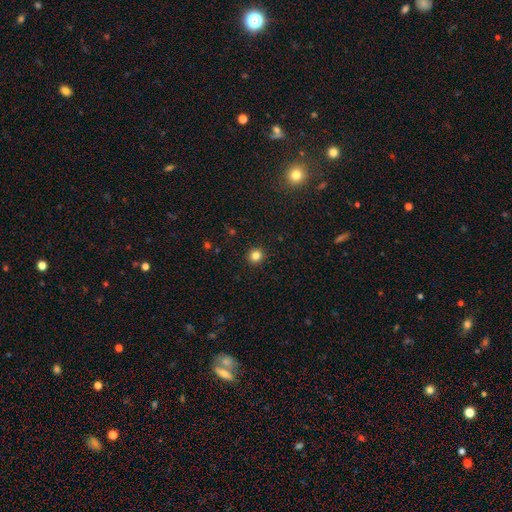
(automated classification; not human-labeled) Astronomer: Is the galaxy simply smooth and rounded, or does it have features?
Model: smooth — 82%.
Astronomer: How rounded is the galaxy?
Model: round — 93%.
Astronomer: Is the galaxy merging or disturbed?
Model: none — 93%.